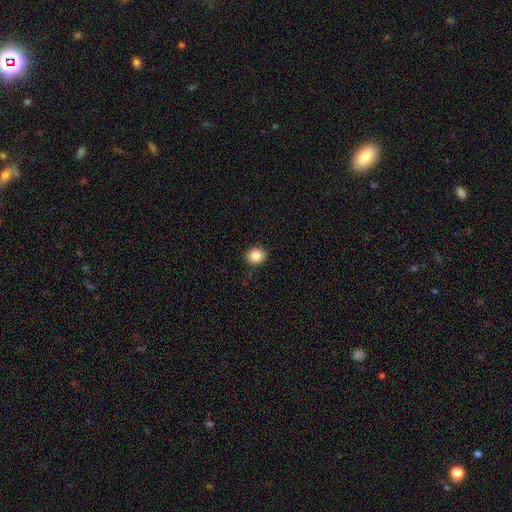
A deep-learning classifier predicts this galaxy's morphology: This appears to be a smooth galaxy with no disk features (85%) that is round (71%). Merging: none (90%).